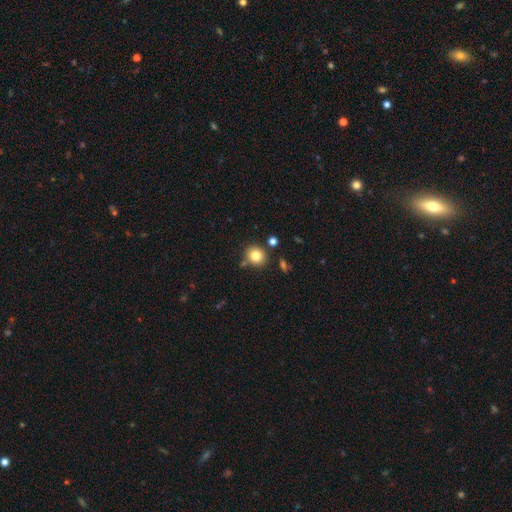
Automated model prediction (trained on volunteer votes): Smooth or featured?
  - smooth: 81% *
  - star or artifact: 11%
  - featured or disk: 8%
How rounded?
  - round: 84% *
  - in between: 15%
  - cigar-shaped: 1%
Merging?
  - none: 79% *
  - minor disturbance: 10%
  - merger: 8%
  - major disturbance: 3%